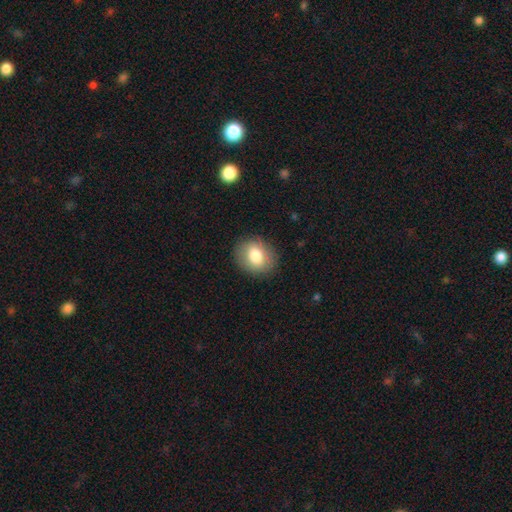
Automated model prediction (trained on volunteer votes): Smooth or featured?
  - smooth: 78% *
  - featured or disk: 14%
  - star or artifact: 8%
How rounded?
  - round: 61% *
  - in between: 38%
  - cigar-shaped: 1%
Merging?
  - none: 85% *
  - minor disturbance: 10%
  - major disturbance: 3%
  - merger: 1%